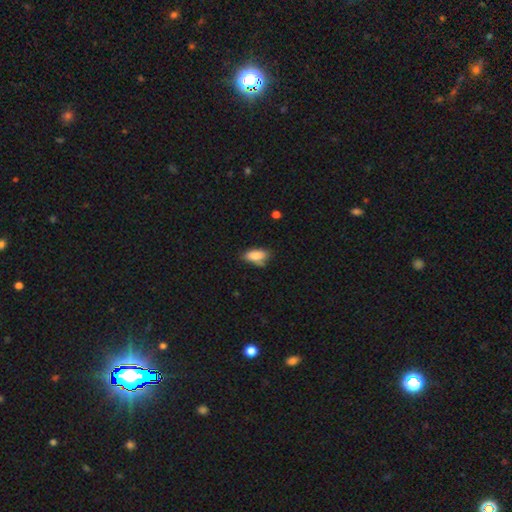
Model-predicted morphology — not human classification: This is clearly a smooth galaxy (85%). How rounded: clearly in between (89%). Merging: possibly none (57%).